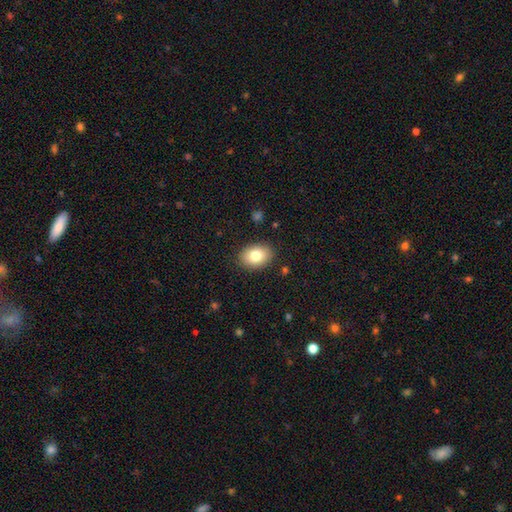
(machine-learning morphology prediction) This is likely a smooth galaxy (80%). How rounded: likely in between (77%). Merging: clearly none (87%).